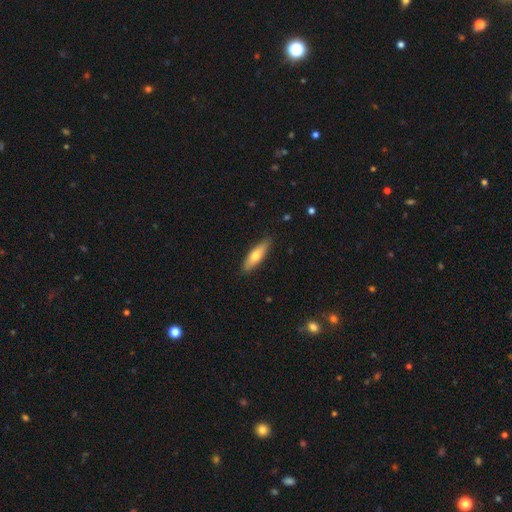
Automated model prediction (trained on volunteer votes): A smooth galaxy with no disk features (66%) that is cigar-shaped (60%). Merging: none (88%).